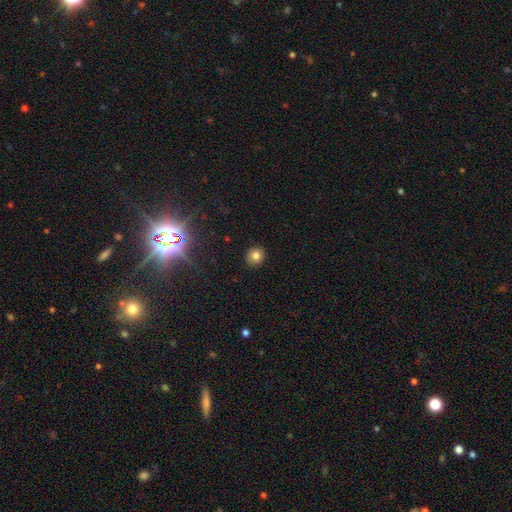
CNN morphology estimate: Overall: smooth (78%). How rounded: round (90%). Merging: none (91%).